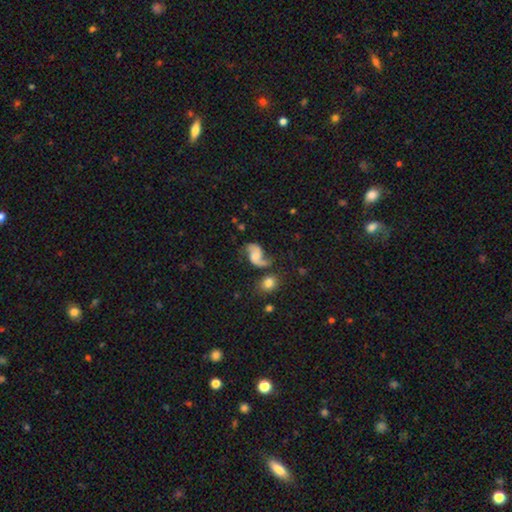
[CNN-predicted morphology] featured or disk 77%, smooth 15%, star or artifact 8%. Down the decision tree: edge-on disk — no (98%); bar — no (57%); spiral arms — yes (94%); spiral arm count — 2 (89%); spiral winding — loose (66%); bulge size — none (42%); merging — none (54%).